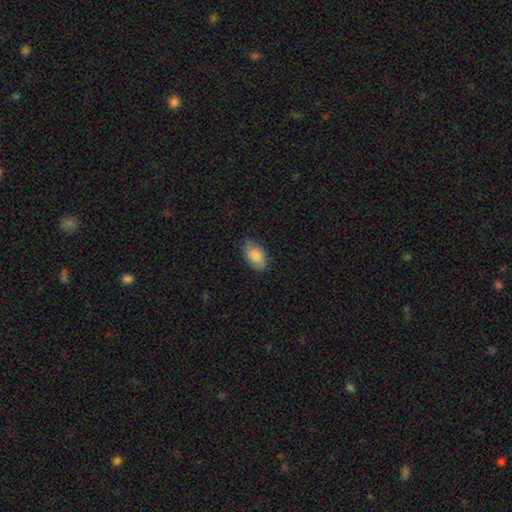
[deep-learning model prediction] Smooth or featured? smooth (83%)
How rounded? in between (93%)
Merging? none (75%)